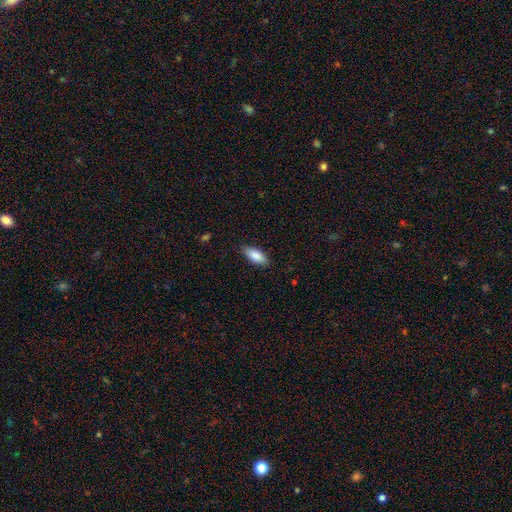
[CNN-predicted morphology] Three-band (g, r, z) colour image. It shows a smooth galaxy with no disk features (86%) that is in between round and cigar-shaped (81%). Merging: none (84%).